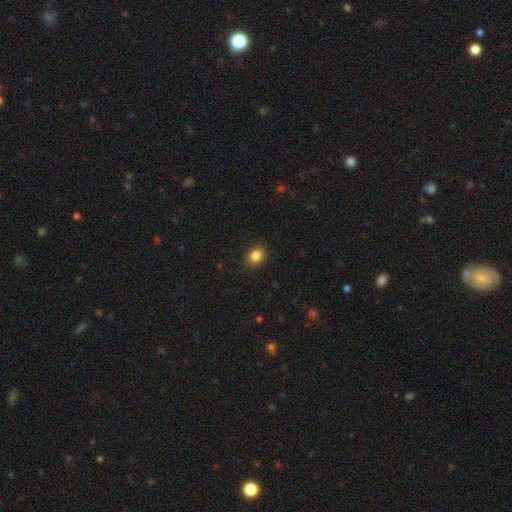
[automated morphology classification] The model was most divided on "how rounded": round: 58%, in between: 41%, cigar-shaped: 1%. More confident: merging — none (89%); smooth or featured — smooth (85%).